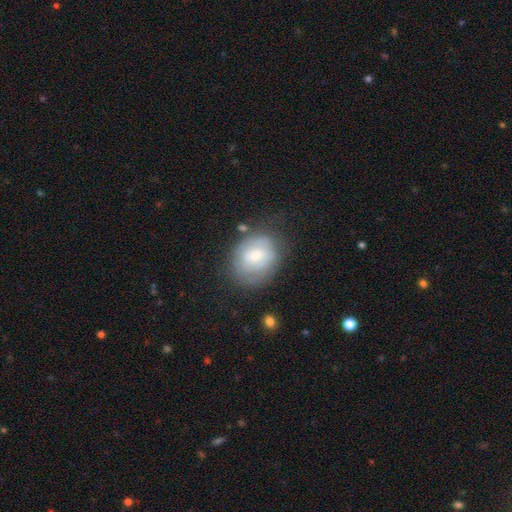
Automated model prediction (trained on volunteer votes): smooth_or_featured: smooth (p=0.49) [alt: featured or disk p=0.44]
merging: none (p=0.62) [alt: minor disturbance p=0.24]